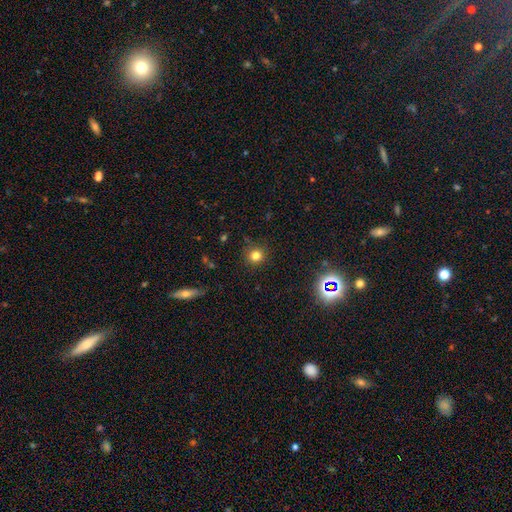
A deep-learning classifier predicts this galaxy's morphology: This appears to be a smooth galaxy with no disk features (77%) that is round (92%). Merging: none (87%).